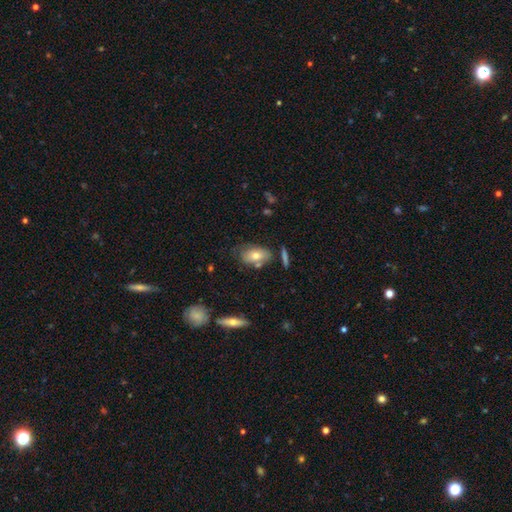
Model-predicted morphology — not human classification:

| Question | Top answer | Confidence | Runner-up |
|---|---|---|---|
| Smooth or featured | smooth | 67% | featured or disk (25%) |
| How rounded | in between | 89% | round (7%) |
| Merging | none | 58% | minor disturbance (23%) |